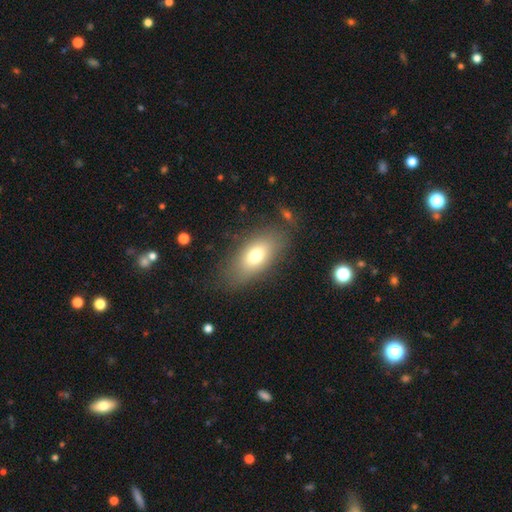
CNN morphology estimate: This is likely a smooth galaxy (72%). How rounded: clearly in between (85%). Merging: likely none (77%).